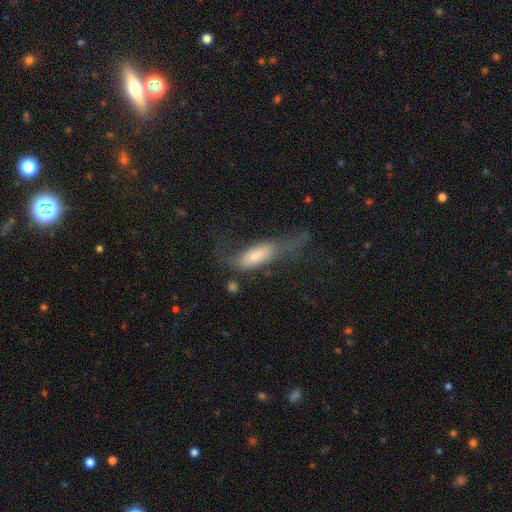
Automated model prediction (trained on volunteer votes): Smooth or featured? smooth (55%)
How rounded? in between (61%)
Merging? major disturbance (46%)